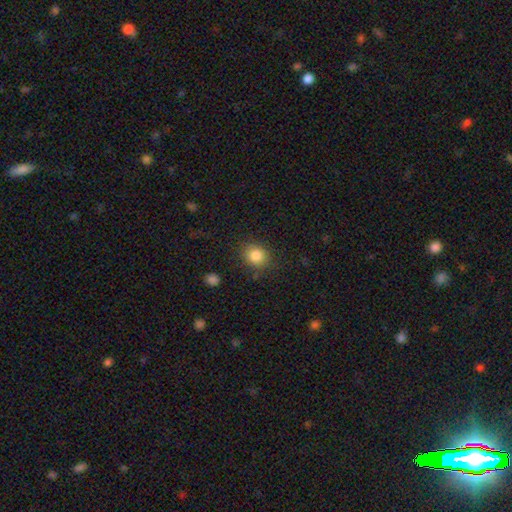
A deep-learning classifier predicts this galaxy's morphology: Smooth or featured? smooth (85%)
How rounded? round (73%)
Merging? none (82%)